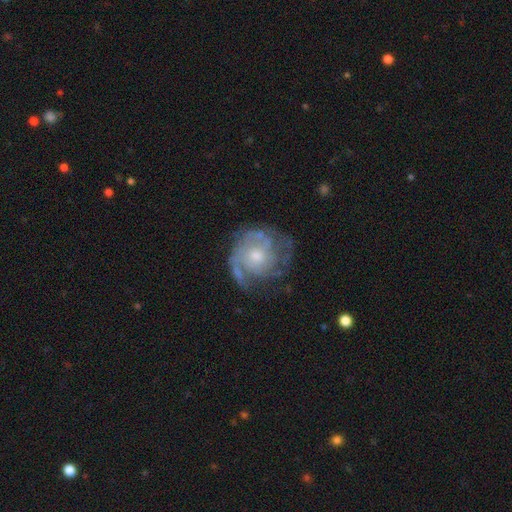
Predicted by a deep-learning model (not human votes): Smooth or featured?
  - featured or disk: 79% *
  - smooth: 14%
  - star or artifact: 7%
Edge-on disk?
  - no: 98% *
  - yes: 2%
Bar?
  - no: 78% *
  - weak: 19%
  - strong: 3%
Spiral arms?
  - yes: 86% *
  - no: 14%
Spiral winding?
  - tight: 57% *
  - medium: 32%
  - loose: 11%
Spiral arm count?
  - can't tell: 40% *
  - 2: 20%
  - 3: 20%
  - 1: 8%
  - 4: 7%
  - more than 4: 5%
Bulge size?
  - moderate: 52% *
  - small: 40%
  - large: 4%
  - none: 3%
  - dominant: 1%
Merging?
  - none: 59% *
  - minor disturbance: 22%
  - major disturbance: 17%
  - merger: 2%